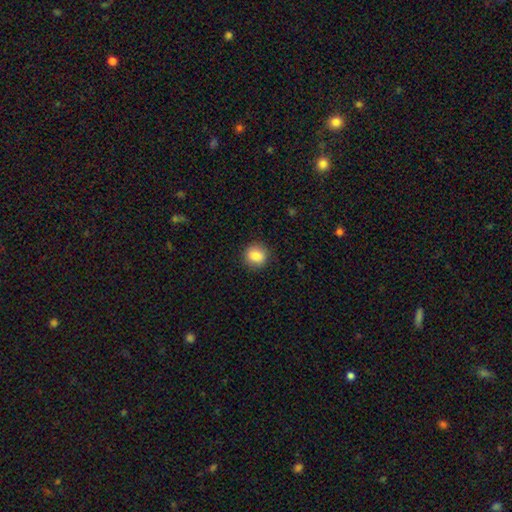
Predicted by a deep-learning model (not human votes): A smooth galaxy with no disk features (85%) that is round (84%).

Vote fractions:
- Smooth or featured? smooth: 85% / star or artifact: 9% / featured or disk: 6%
- How rounded? round: 84% / in between: 15% / cigar-shaped: 1%
- Merging? none: 89% / minor disturbance: 8% / major disturbance: 2% / merger: 1%